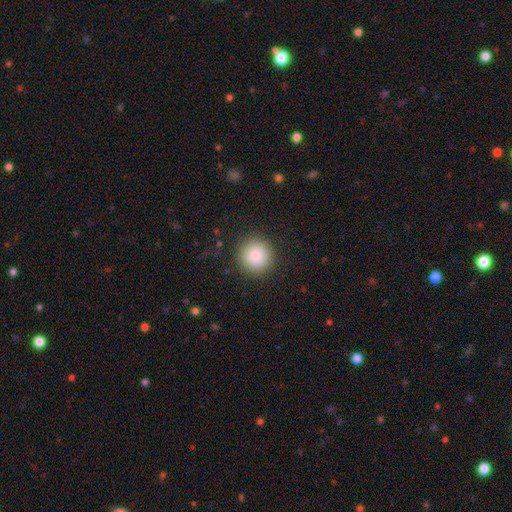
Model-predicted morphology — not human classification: Smooth or featured? Predicted: smooth (p=0.85). How rounded? Predicted: round (p=0.95). Merging? Predicted: none (p=0.90).